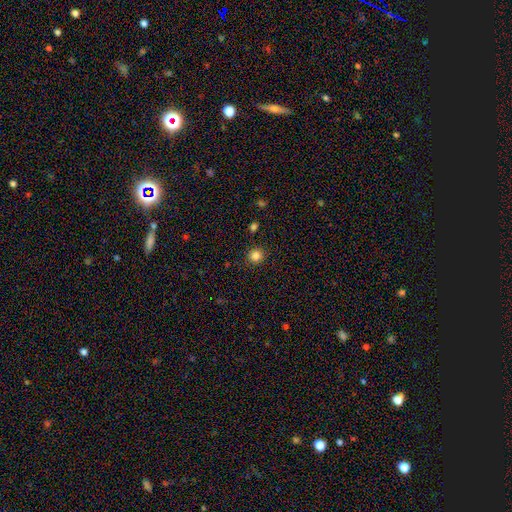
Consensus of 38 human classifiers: Q: Smooth or featured?
A: smooth (87%); runner-up: star or artifact (8%)
Q: How rounded?
A: round (94%); runner-up: in between (3%)
Q: Merging?
A: none (91%); runner-up: minor disturbance (6%)